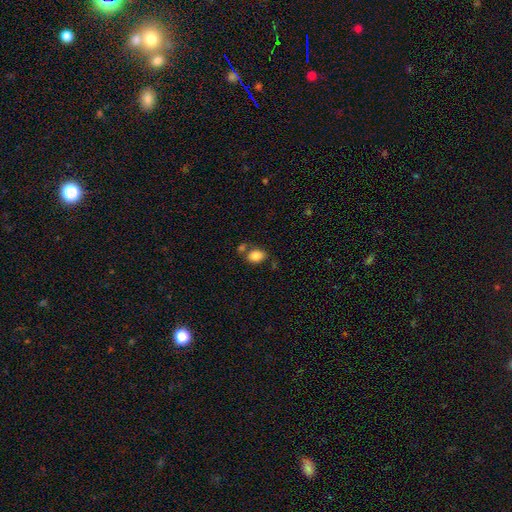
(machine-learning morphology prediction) Smooth or featured?
  - smooth: 86% *
  - star or artifact: 9%
  - featured or disk: 6%
How rounded?
  - in between: 80% *
  - round: 19%
  - cigar-shaped: 1%
Merging?
  - none: 62% *
  - merger: 19%
  - minor disturbance: 14%
  - major disturbance: 5%